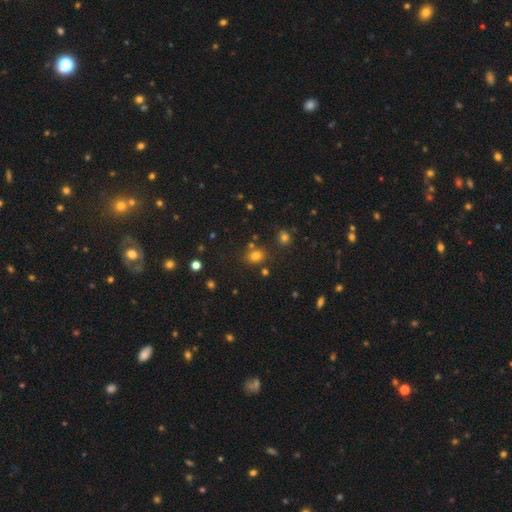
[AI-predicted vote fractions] This is likely a smooth galaxy (76%). How rounded: possibly round (54%). Merging: likely none (76%).